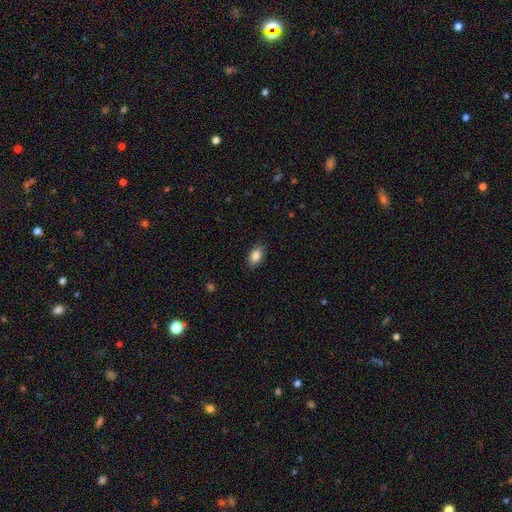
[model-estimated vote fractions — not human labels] Smooth or featured: smooth — 86% (star or artifact — 8%)
How rounded: in between — 88% (round — 10%)
Merging: none — 86% (minor disturbance — 11%)